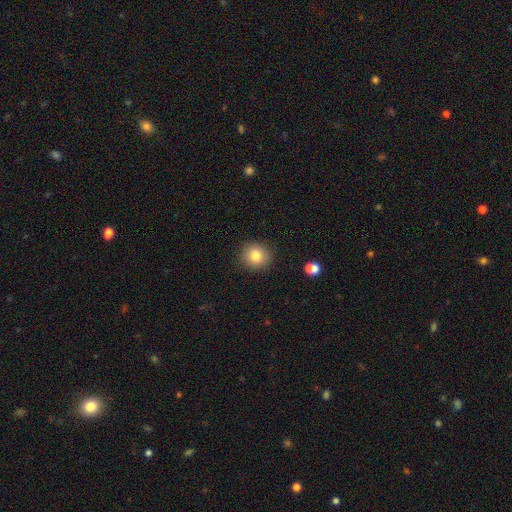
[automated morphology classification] Smooth or featured?
  - smooth: 82% *
  - star or artifact: 10%
  - featured or disk: 8%
How rounded?
  - round: 90% *
  - in between: 9%
  - cigar-shaped: 1%
Merging?
  - none: 90% *
  - minor disturbance: 6%
  - major disturbance: 2%
  - merger: 1%